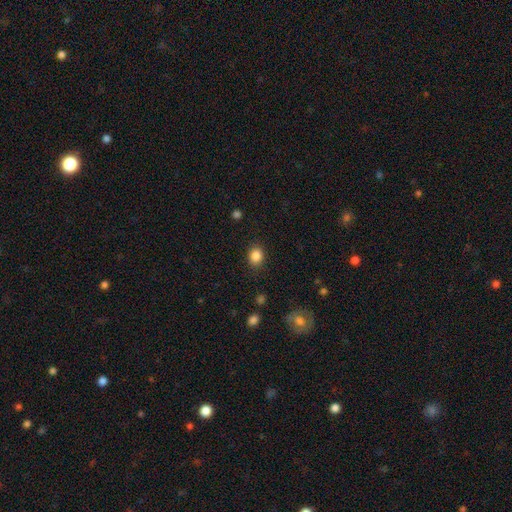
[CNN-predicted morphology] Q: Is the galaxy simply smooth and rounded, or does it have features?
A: smooth — 86%.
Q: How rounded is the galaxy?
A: round — 58%.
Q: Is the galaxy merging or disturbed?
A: none — 87%.